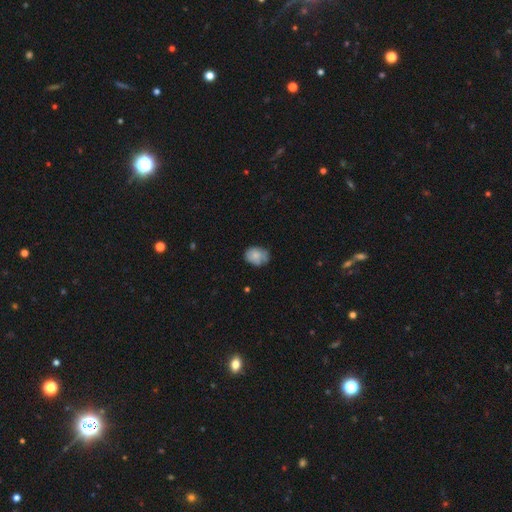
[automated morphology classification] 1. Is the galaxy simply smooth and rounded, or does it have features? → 69% smooth, 23% featured or disk, 8% star or artifact.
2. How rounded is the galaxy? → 58% in between, 41% round, 1% cigar-shaped.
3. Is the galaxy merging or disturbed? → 54% none, 34% minor disturbance, 10% major disturbance, 3% merger.